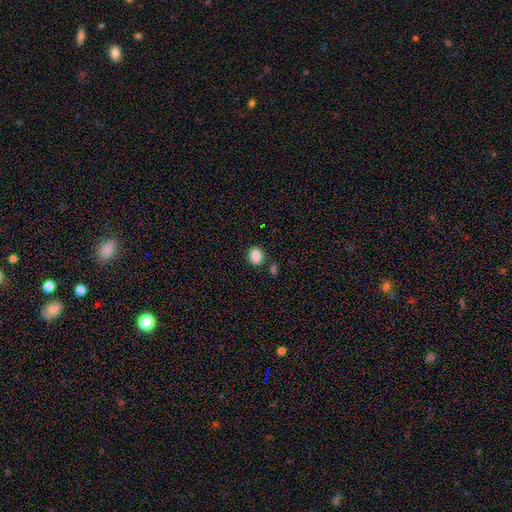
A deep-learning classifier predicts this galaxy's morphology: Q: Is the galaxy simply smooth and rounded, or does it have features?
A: smooth — 87%.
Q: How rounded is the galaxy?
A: in between — 59%.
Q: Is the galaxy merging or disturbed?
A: none — 76%.